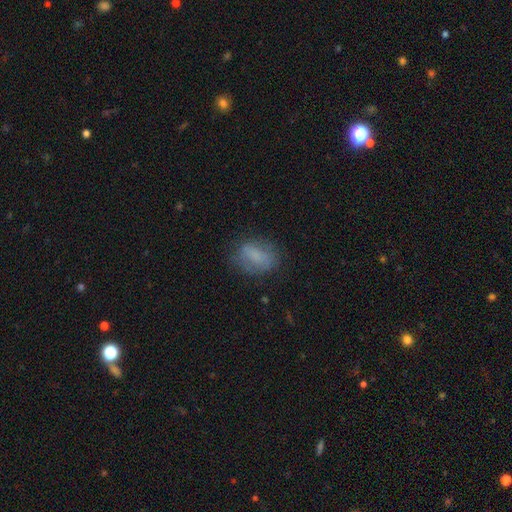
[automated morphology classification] A smooth galaxy with no disk features (70%) that is in between round and cigar-shaped (75%). Merging: none (70%).